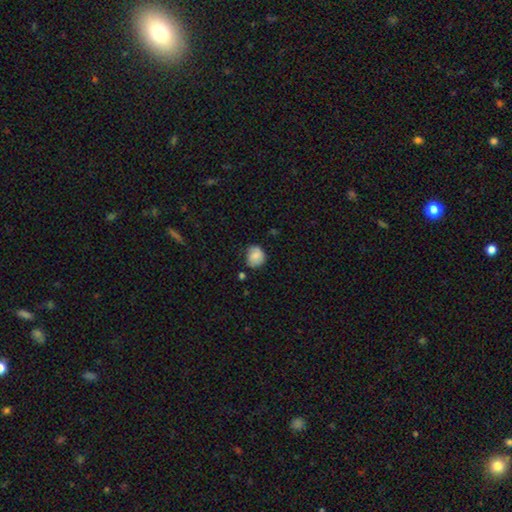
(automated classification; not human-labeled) Smooth or featured?
  - smooth: 79% *
  - featured or disk: 12%
  - star or artifact: 8%
How rounded?
  - round: 70% *
  - in between: 29%
  - cigar-shaped: 1%
Merging?
  - none: 58% *
  - minor disturbance: 32%
  - major disturbance: 6%
  - merger: 3%